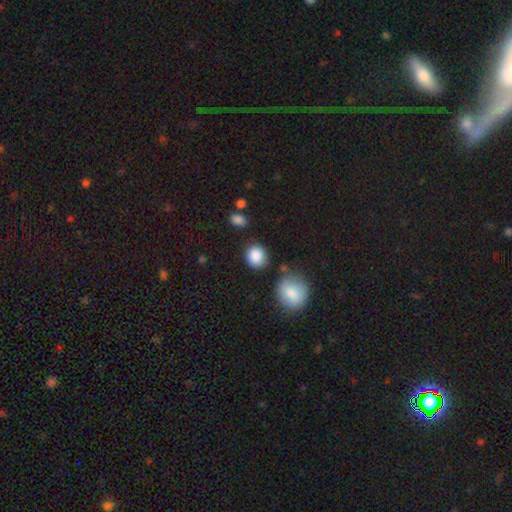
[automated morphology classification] smooth_or_featured: smooth (p=0.88) [alt: star or artifact p=0.08]
how_rounded: round (p=0.72) [alt: in between p=0.27]
merging: none (p=0.77) [alt: minor disturbance p=0.13]